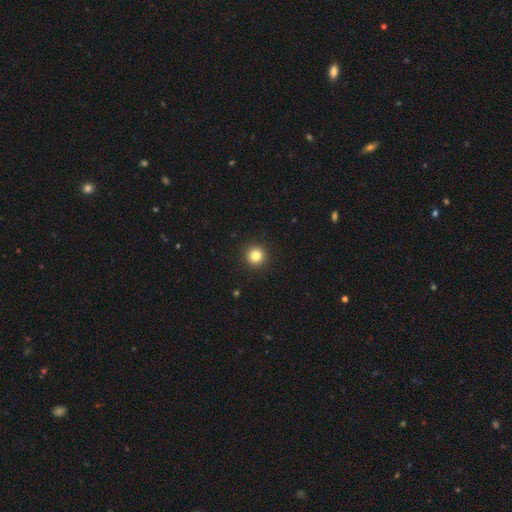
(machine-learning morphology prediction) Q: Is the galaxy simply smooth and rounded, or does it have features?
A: smooth — 83%.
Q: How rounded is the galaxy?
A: round — 96%.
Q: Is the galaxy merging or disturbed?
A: none — 93%.